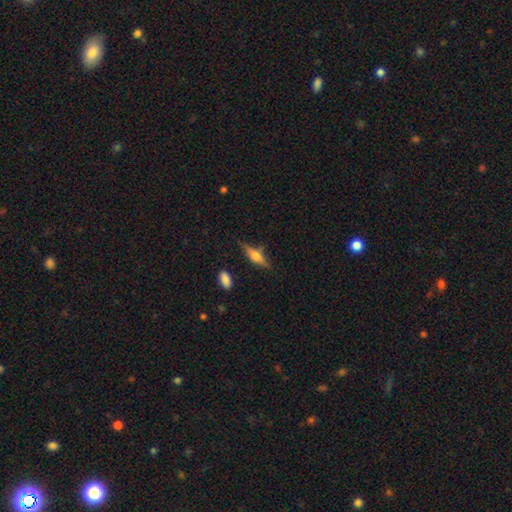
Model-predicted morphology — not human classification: Smooth or featured? Predicted: featured or disk (p=0.59). Edge-on disk? Predicted: yes (p=0.95). Edge-on bulge? Predicted: rounded (p=0.87). Merging? Predicted: none (p=0.79).